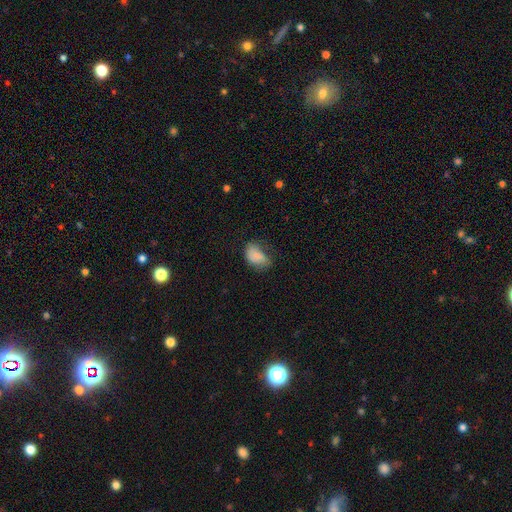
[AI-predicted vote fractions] Overall: smooth (80%). How rounded: in between (86%). Merging: none (40%; minor disturbance 37%).